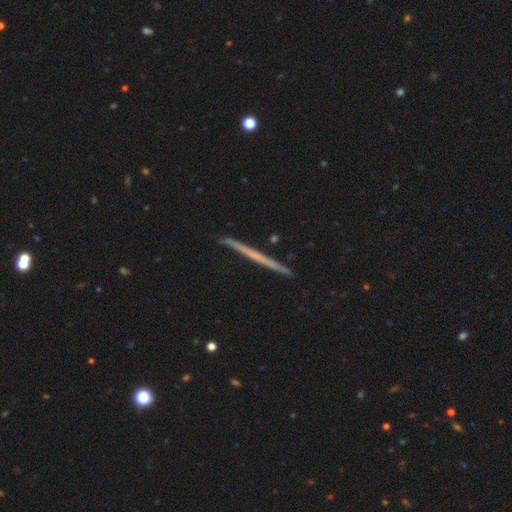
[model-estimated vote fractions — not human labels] featured or disk 61%, smooth 34%, star or artifact 6%. Down the decision tree: edge-on disk — yes (98%); edge-on bulge — none (90%); merging — none (92%).